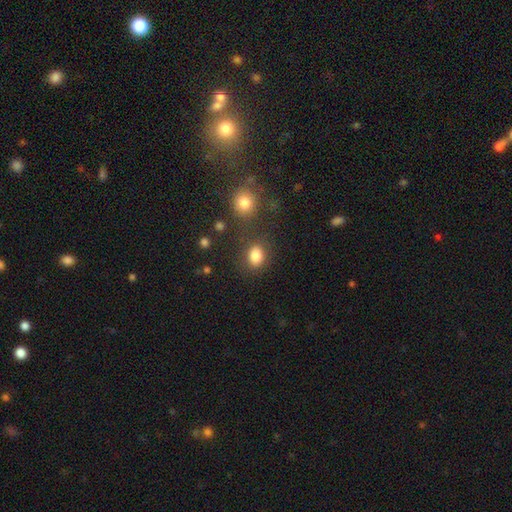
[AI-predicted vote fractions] smooth_or_featured: smooth (p=0.84) [alt: star or artifact p=0.11]
how_rounded: in between (p=0.58) [alt: round p=0.41]
merging: none (p=0.77) [alt: minor disturbance p=0.12]